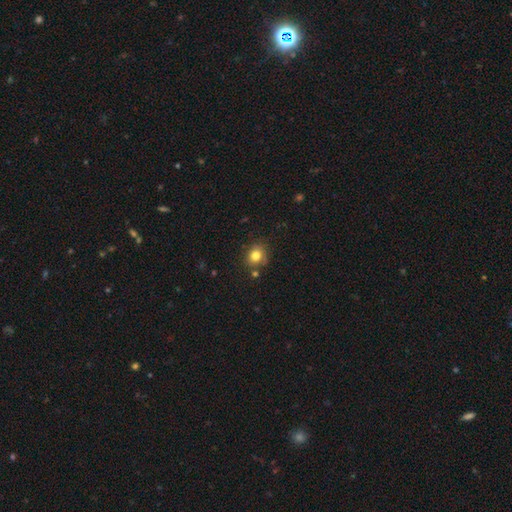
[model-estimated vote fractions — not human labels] Morphology: type=smooth (80%); roundness=round (74%); merging=none (76%).